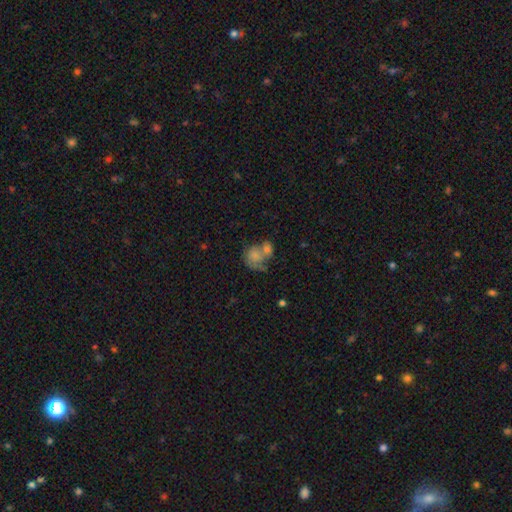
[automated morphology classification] This appears to be a smooth galaxy with no disk features (63%) that is round (56%). Merging: merger (56%).